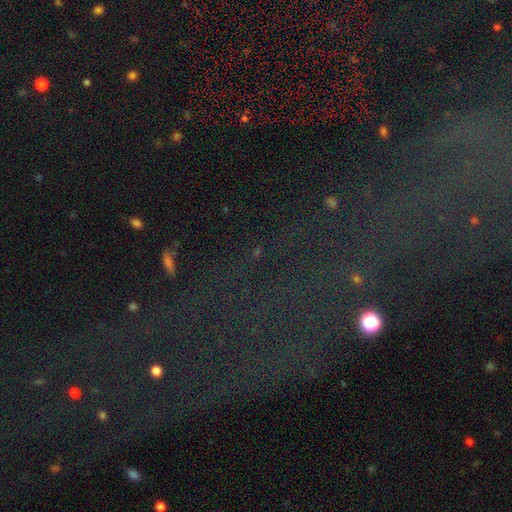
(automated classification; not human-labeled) Overall: star or artifact (76%).